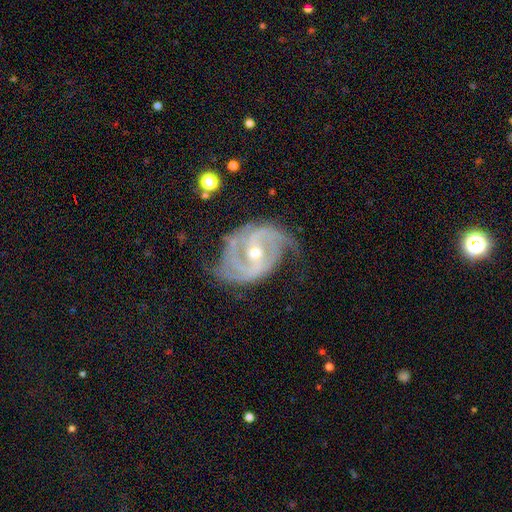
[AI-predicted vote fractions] This is clearly a featured or disk galaxy (90%). It is clearly not viewed edge-on (97%). Bar: marginally weak (42%). Spiral arm pattern: clearly yes (98%). Spiral arm count: possibly 2 (56%). Spiral winding: marginally medium (44%). Central bulge: possibly moderate (55%). Merging: likely none (62%).